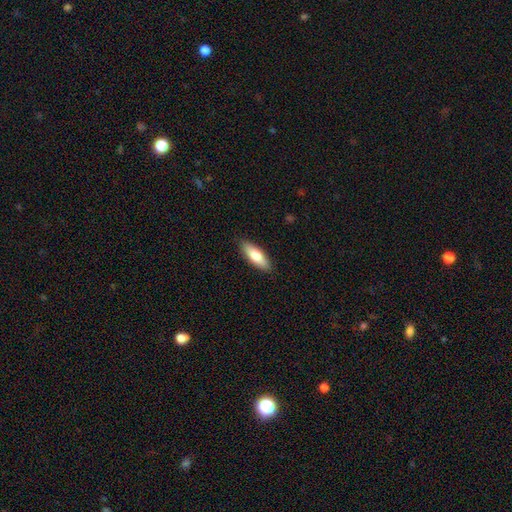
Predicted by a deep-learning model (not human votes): Smooth or featured?
  - smooth: 74% *
  - featured or disk: 21%
  - star or artifact: 6%
How rounded?
  - in between: 59% *
  - cigar-shaped: 39%
  - round: 2%
Merging?
  - none: 89% *
  - minor disturbance: 9%
  - major disturbance: 2%
  - merger: 1%